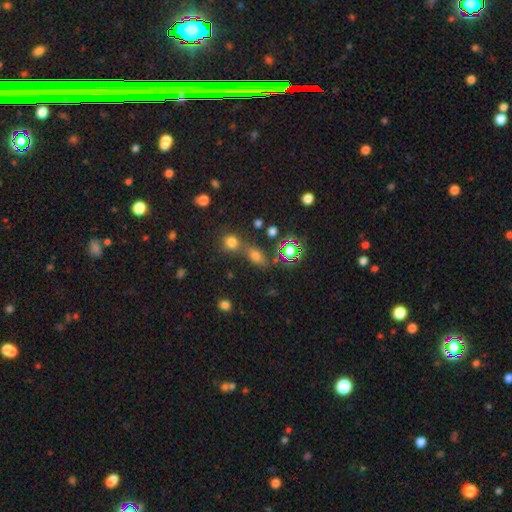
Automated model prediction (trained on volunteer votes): smooth-or-featured: smooth: 61% | star or artifact: 26% | featured or disk: 13%
  how-rounded: in between: 66% | round: 24% | cigar-shaped: 10%
  merging: none: 56% | merger: 25% | minor disturbance: 13% | major disturbance: 6%